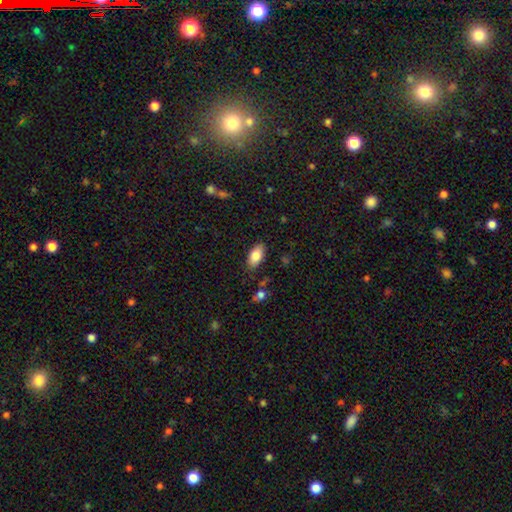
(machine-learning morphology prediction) Smooth or featured?
  - smooth: 82% *
  - featured or disk: 11%
  - star or artifact: 7%
How rounded?
  - in between: 91% *
  - cigar-shaped: 6%
  - round: 3%
Merging?
  - none: 85% *
  - minor disturbance: 11%
  - major disturbance: 3%
  - merger: 2%